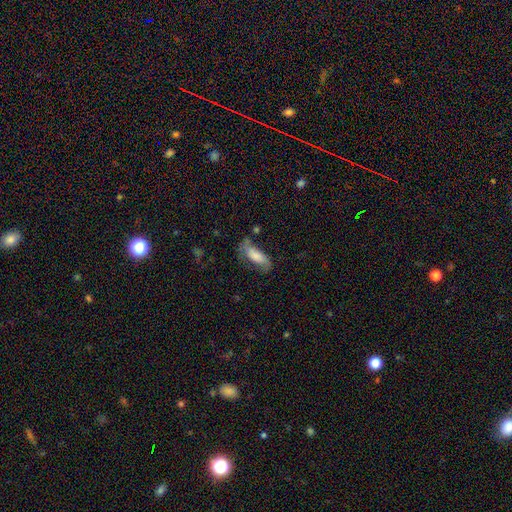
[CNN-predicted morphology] Q: Smooth or featured?
A: smooth (62%); runner-up: featured or disk (30%)
Q: How rounded?
A: in between (74%); runner-up: cigar-shaped (24%)
Q: Merging?
A: none (46%); runner-up: minor disturbance (30%)